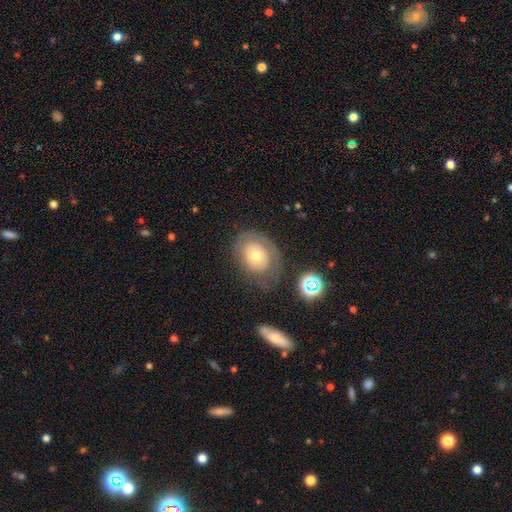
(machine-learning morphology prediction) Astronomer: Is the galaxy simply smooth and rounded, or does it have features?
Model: smooth — 48% (runner-up: featured or disk, 43%).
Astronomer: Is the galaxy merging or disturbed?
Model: none — 59%.